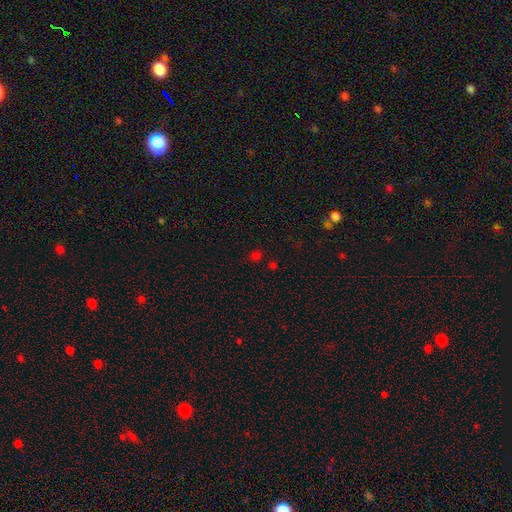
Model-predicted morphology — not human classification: This is likely a smooth galaxy (63%). How rounded: likely round (76%). Merging: likely none (78%).